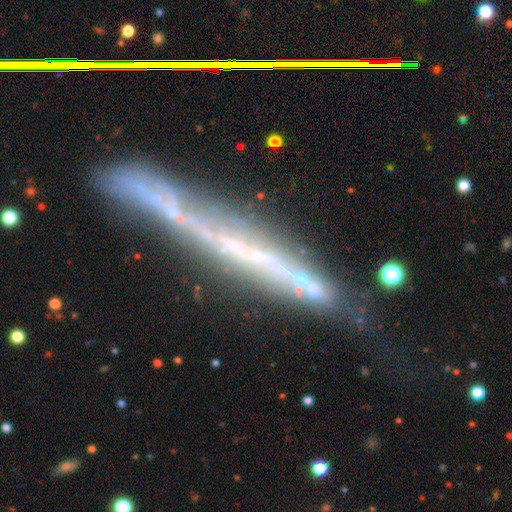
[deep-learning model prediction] Q: Smooth or featured?
A: featured or disk (68%); runner-up: smooth (17%)
Q: Edge-on disk?
A: yes (84%); runner-up: no (16%)
Q: Edge-on bulge?
A: none (80%); runner-up: rounded (10%)
Q: Merging?
A: none (60%); runner-up: minor disturbance (22%)